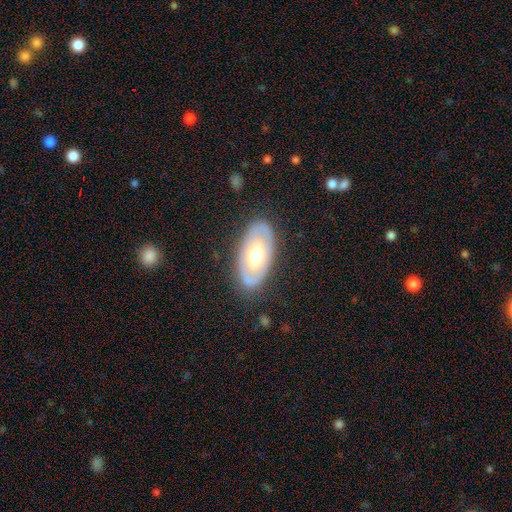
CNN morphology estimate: A featured or disk galaxy (49%).

Vote fractions:
- Smooth or featured? featured or disk: 49% / smooth: 45% / star or artifact: 6%
- Merging? none: 83% / minor disturbance: 12% / major disturbance: 4% / merger: 1%